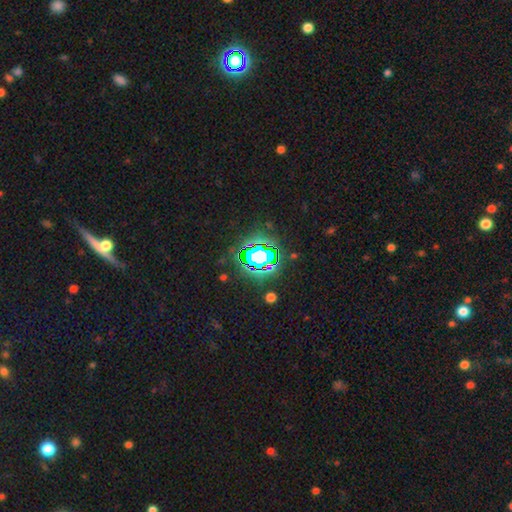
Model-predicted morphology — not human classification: Q: Smooth or featured?
A: star or artifact (67%); runner-up: smooth (18%)